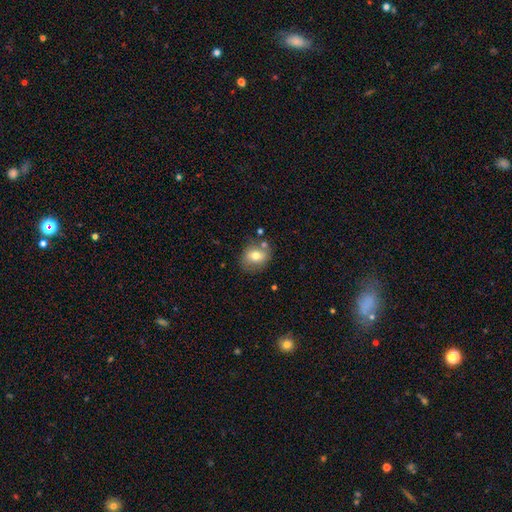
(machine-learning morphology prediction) Q: Smooth or featured?
A: smooth (68%); runner-up: featured or disk (23%)
Q: How rounded?
A: round (56%); runner-up: in between (43%)
Q: Merging?
A: none (71%); runner-up: minor disturbance (16%)